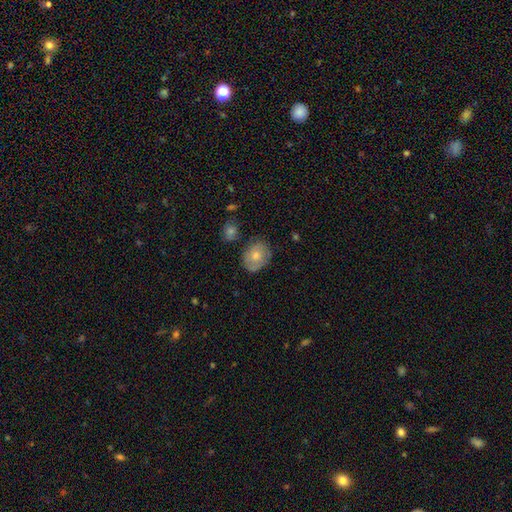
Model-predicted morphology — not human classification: Smooth or featured? Predicted: smooth (p=0.61). How rounded? Predicted: round (p=0.55). Merging? Predicted: none (p=0.68).